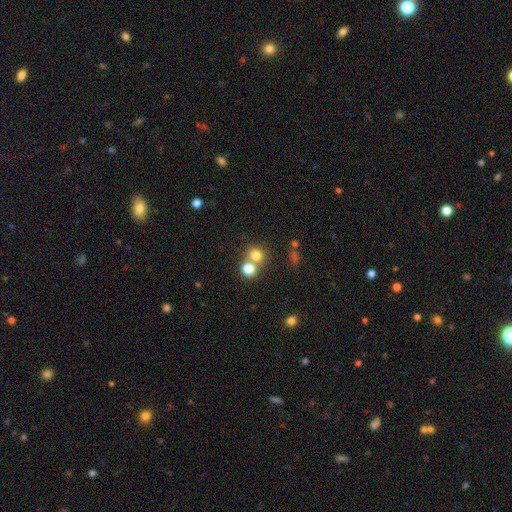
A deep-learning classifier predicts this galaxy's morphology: The model was most divided on "merging": none: 48%, merger: 42%, minor disturbance: 7%, major disturbance: 3%. More confident: how rounded — round (80%); smooth or featured — smooth (76%).